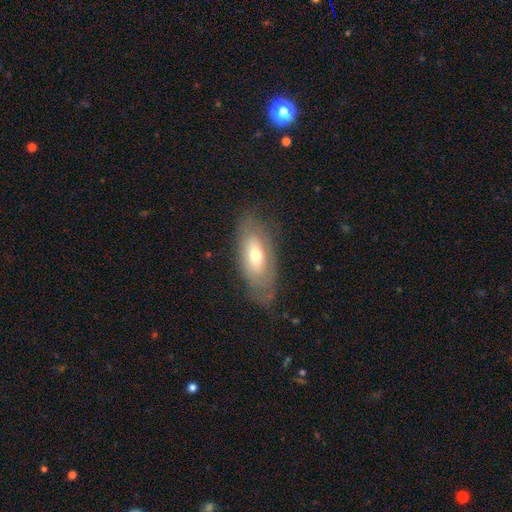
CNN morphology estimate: Q: Smooth or featured?
A: smooth (48%); runner-up: featured or disk (45%)
Q: Merging?
A: none (72%); runner-up: minor disturbance (20%)